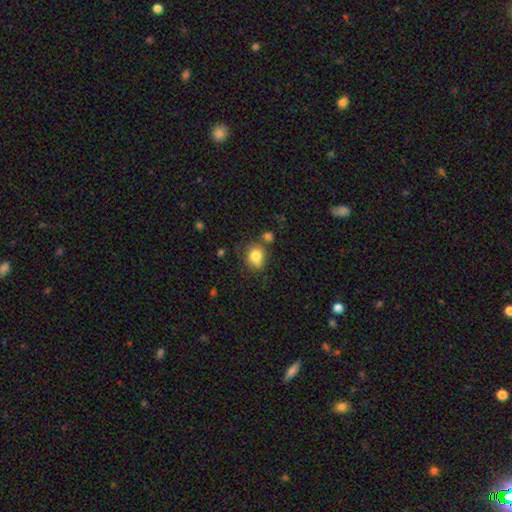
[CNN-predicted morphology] type=smooth (81%); roundness=round (72%); merging=none (58%).